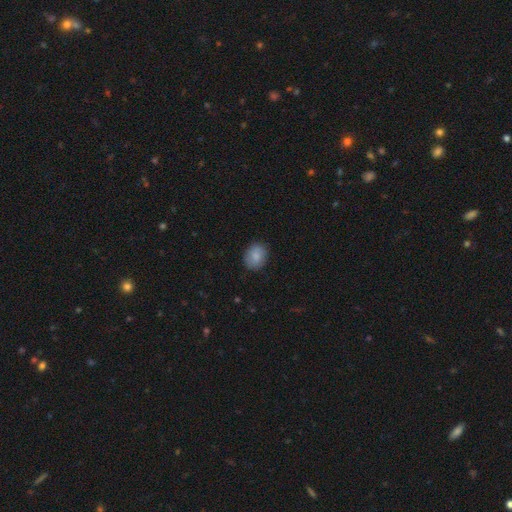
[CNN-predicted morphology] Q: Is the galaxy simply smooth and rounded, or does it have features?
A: smooth — 86%.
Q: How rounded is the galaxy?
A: in between — 51%.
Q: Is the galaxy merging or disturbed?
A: none — 86%.